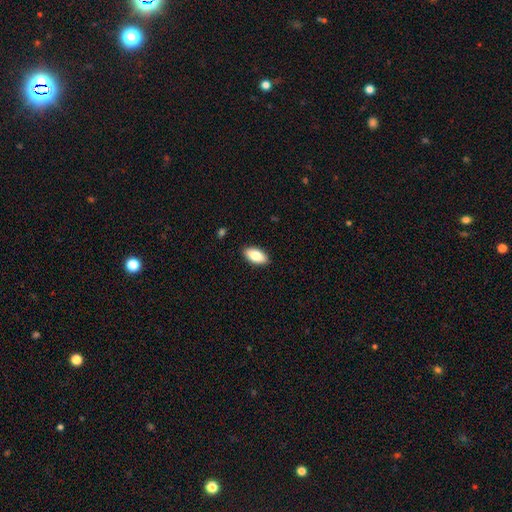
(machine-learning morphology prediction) This is clearly a smooth galaxy (82%). How rounded: clearly in between (90%). Merging: clearly none (89%).